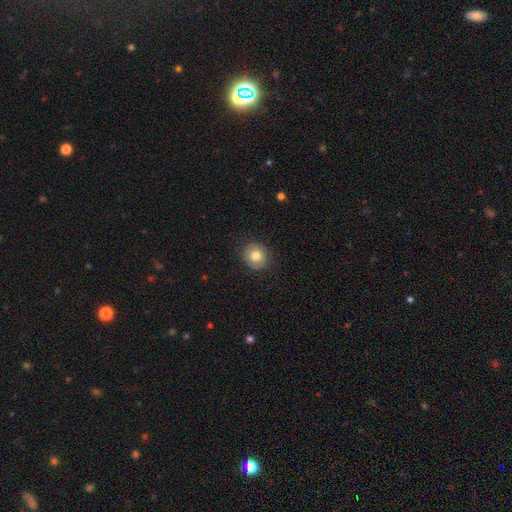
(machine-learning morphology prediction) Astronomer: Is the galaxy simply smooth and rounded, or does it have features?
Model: smooth — 78%.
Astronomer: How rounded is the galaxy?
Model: round — 82%.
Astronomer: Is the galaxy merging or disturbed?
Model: none — 87%.